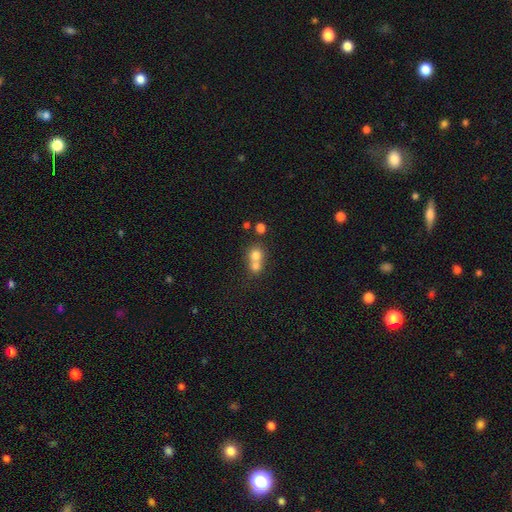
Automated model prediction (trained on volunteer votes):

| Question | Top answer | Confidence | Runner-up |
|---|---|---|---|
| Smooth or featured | smooth | 74% | featured or disk (14%) |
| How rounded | round | 83% | in between (16%) |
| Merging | merger | 62% | none (31%) |